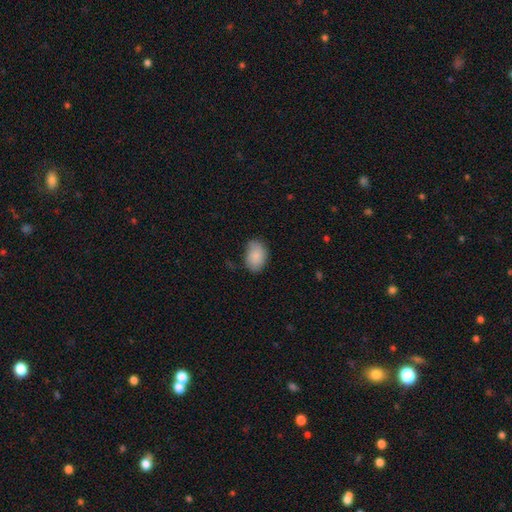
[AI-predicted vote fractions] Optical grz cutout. It shows a smooth galaxy with no disk features (86%) that is in between round and cigar-shaped (84%). Merging: none (69%).